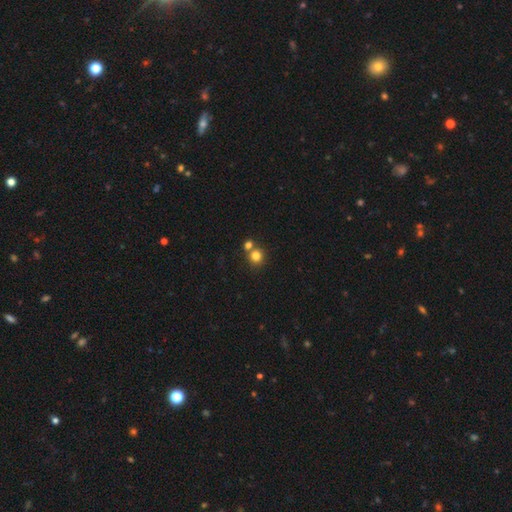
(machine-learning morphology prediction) Overall: smooth (80%). How rounded: round (88%). Merging: none (58%; merger 33%).